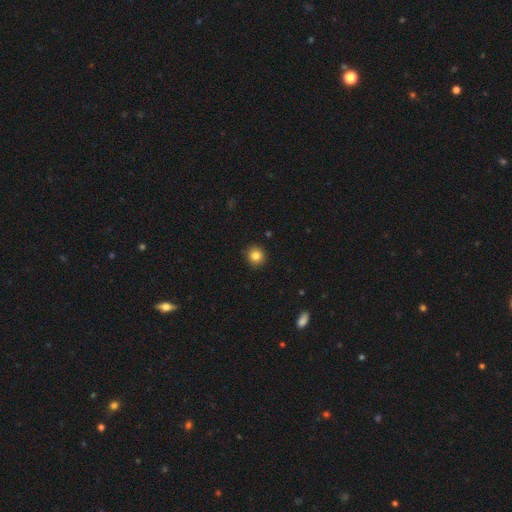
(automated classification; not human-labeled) Smooth or featured? Predicted: smooth (p=0.83). How rounded? Predicted: round (p=0.92). Merging? Predicted: none (p=0.92).